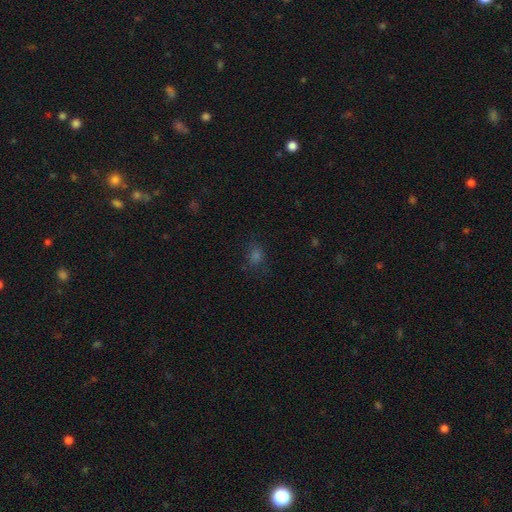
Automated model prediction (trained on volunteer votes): The model was most divided on "how rounded": round: 57%, in between: 41%, cigar-shaped: 2%. More confident: merging — none (75%); smooth or featured — smooth (60%).